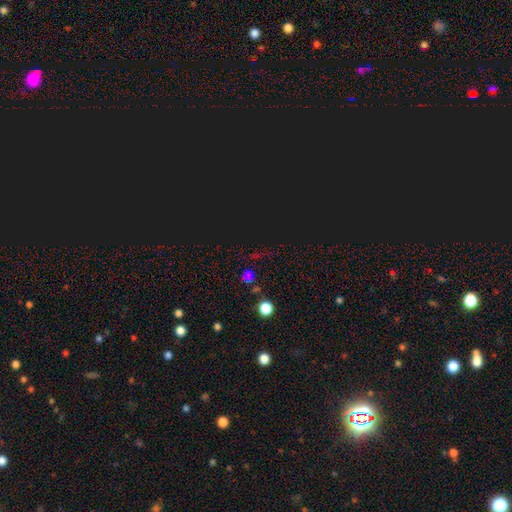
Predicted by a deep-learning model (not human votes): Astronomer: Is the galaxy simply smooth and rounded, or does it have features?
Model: star or artifact — 59%.